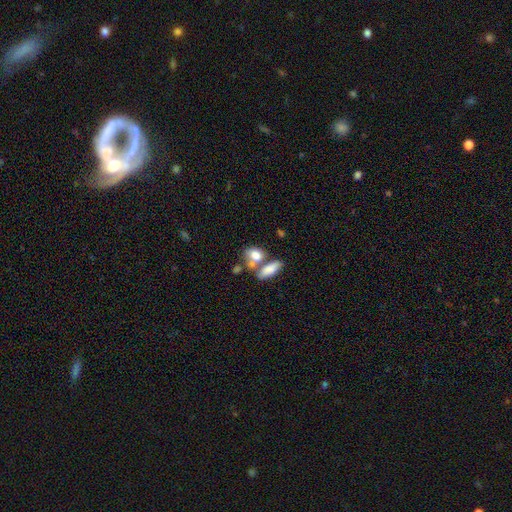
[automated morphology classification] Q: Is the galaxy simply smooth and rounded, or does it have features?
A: smooth — 77%.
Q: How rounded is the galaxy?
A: in between — 80%.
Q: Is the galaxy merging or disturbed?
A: merger — 47%.